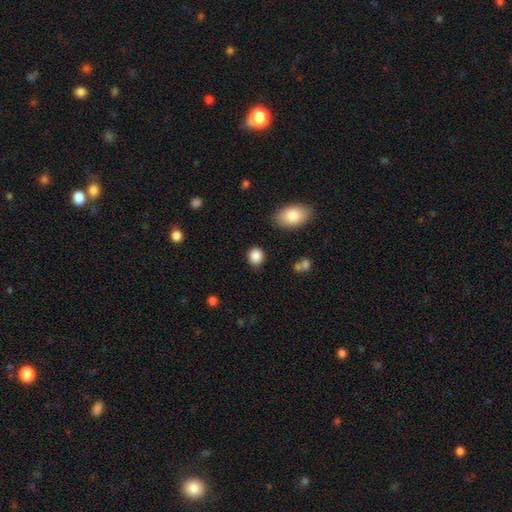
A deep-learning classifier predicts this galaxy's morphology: This appears to be a smooth galaxy with no disk features (86%) that is round (67%). Merging: none (86%).